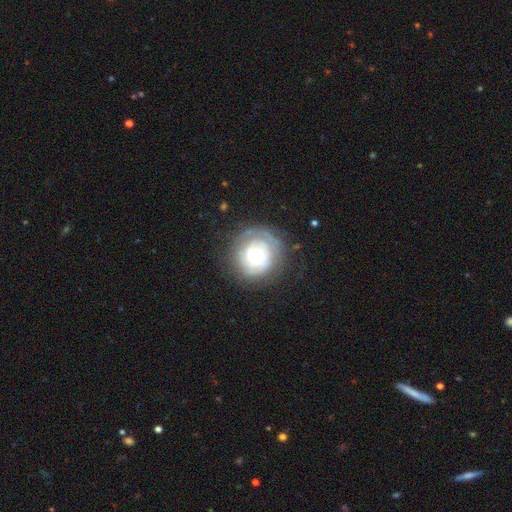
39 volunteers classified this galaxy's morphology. Volunteers were most divided on "bulge size": small: 43%, moderate: 36%, dominant: 14%, large: 7%, none: 0%. Remaining: edge-on disk — no (97%); spiral winding — tight (80%); bar — no (79%); smooth or featured — featured or disk (74%); merging — none (73%); spiral arms — yes (71%); spiral arm count — 3 (40%).